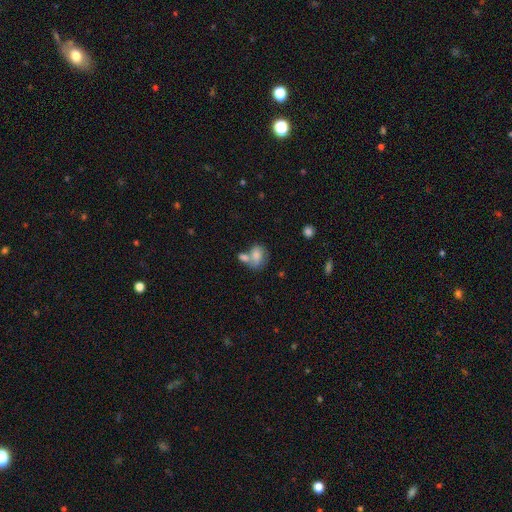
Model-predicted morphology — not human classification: smooth 74%, featured or disk 17%, star or artifact 9%. Down the decision tree: how rounded — in between (70%); merging — merger (53%).